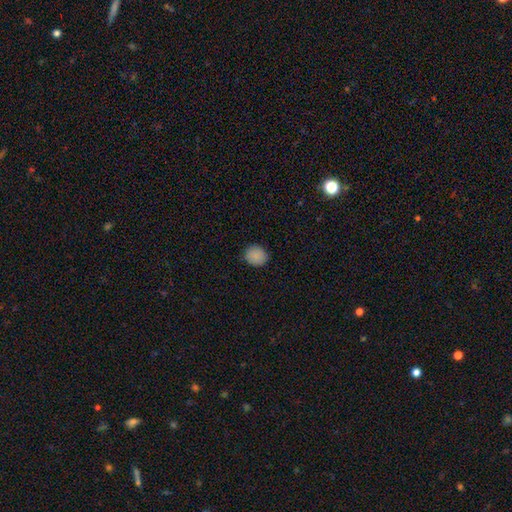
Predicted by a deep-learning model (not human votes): smooth-or-featured: smooth: 88% | star or artifact: 9% | featured or disk: 3%
  how-rounded: round: 79% | in between: 20% | cigar-shaped: 1%
  merging: none: 89% | minor disturbance: 8% | major disturbance: 2% | merger: 1%